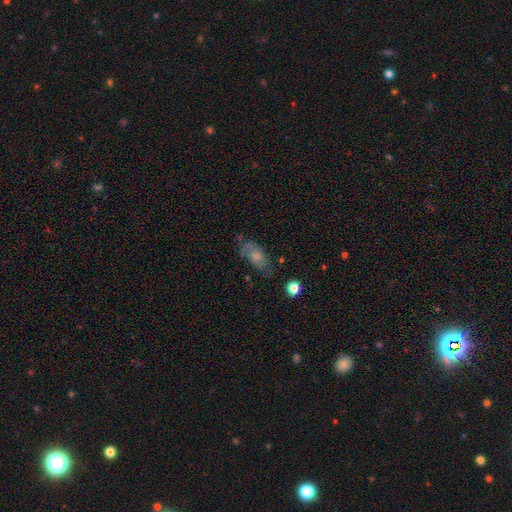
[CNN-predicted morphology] Smooth or featured: smooth — 48% (featured or disk — 41%)
Merging: none — 54% (minor disturbance — 27%)